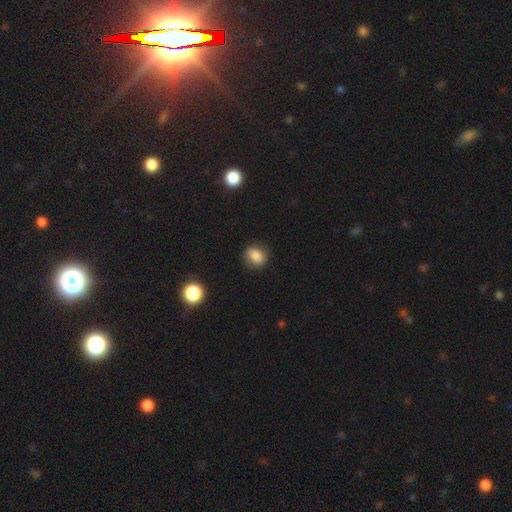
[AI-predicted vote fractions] The model was most divided on "how rounded": round: 56%, in between: 43%, cigar-shaped: 1%. More confident: smooth or featured — smooth (83%); merging — none (80%).